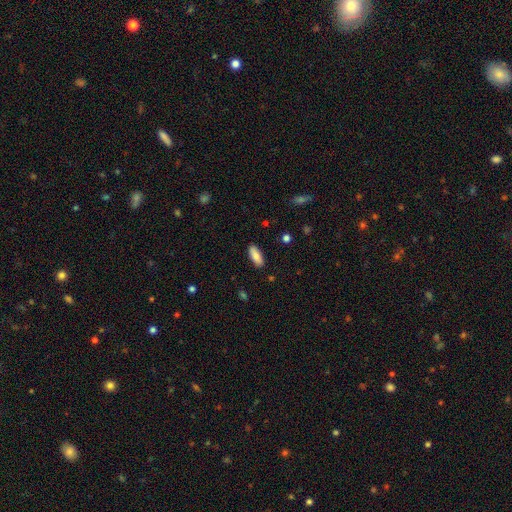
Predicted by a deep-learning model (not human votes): This appears to be a smooth galaxy with no disk features (83%) that is in between round and cigar-shaped (75%). Merging: none (88%).